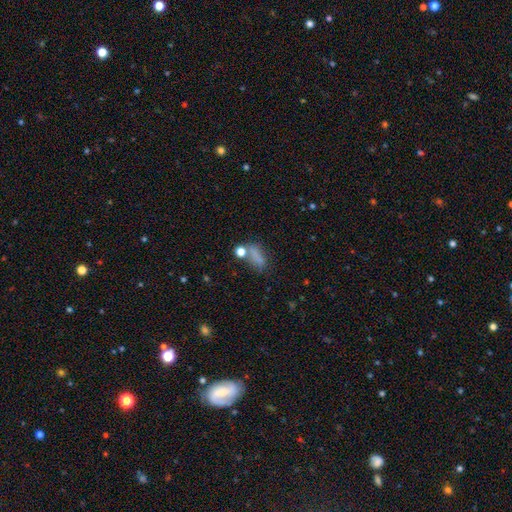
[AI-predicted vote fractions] A smooth galaxy with no disk features (71%) that is in between round and cigar-shaped (63%).

Vote fractions:
- Smooth or featured? smooth: 71% / star or artifact: 17% / featured or disk: 12%
- How rounded? in between: 63% / cigar-shaped: 20% / round: 16%
- Merging? none: 49% / minor disturbance: 19% / merger: 17% / major disturbance: 14%